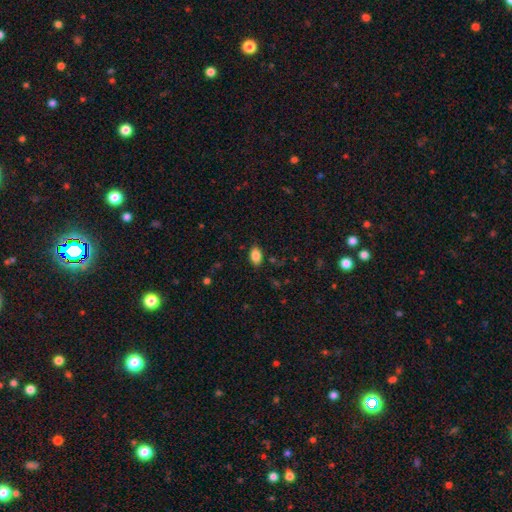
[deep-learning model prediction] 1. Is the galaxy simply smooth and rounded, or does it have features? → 85% smooth, 8% star or artifact, 6% featured or disk.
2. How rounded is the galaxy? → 90% in between, 8% round, 2% cigar-shaped.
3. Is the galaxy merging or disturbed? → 84% none, 12% minor disturbance, 3% major disturbance, 1% merger.